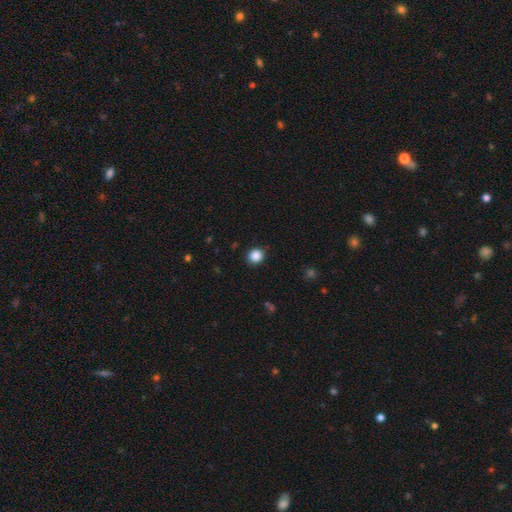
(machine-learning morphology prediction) type=smooth (87%); roundness=round (83%); merging=none (88%).